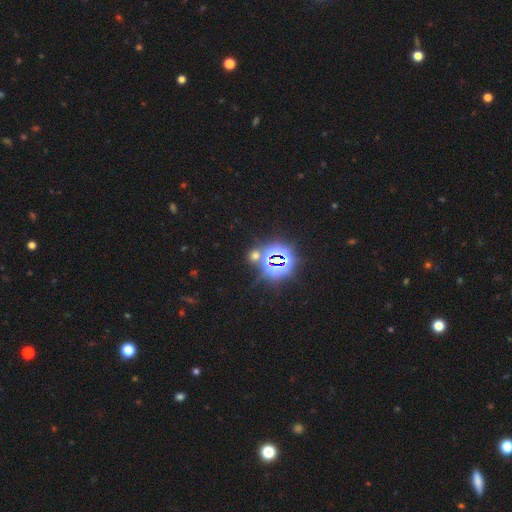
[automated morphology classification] Smooth or featured: star or artifact — 62% (smooth — 31%)